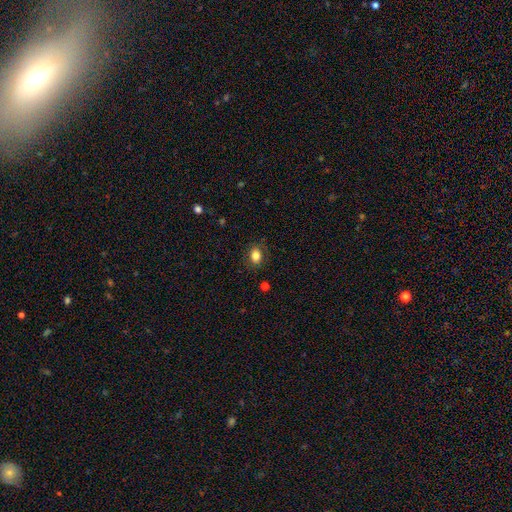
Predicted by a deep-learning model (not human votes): Morphology: type=smooth (81%); roundness=in between (63%); merging=none (82%).